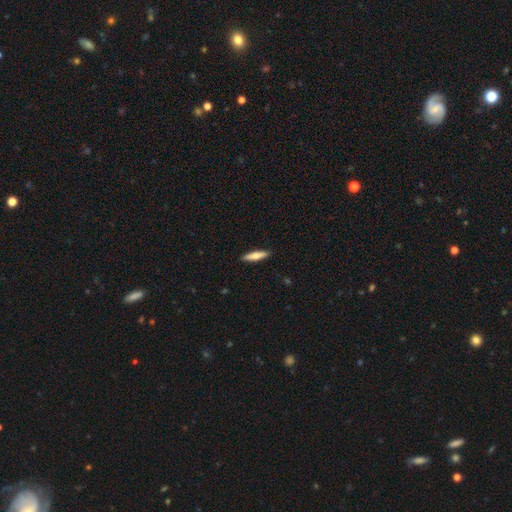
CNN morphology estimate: Smooth or featured: smooth — 66% (featured or disk — 28%)
How rounded: cigar-shaped — 80% (in between — 19%)
Merging: none — 91% (minor disturbance — 6%)